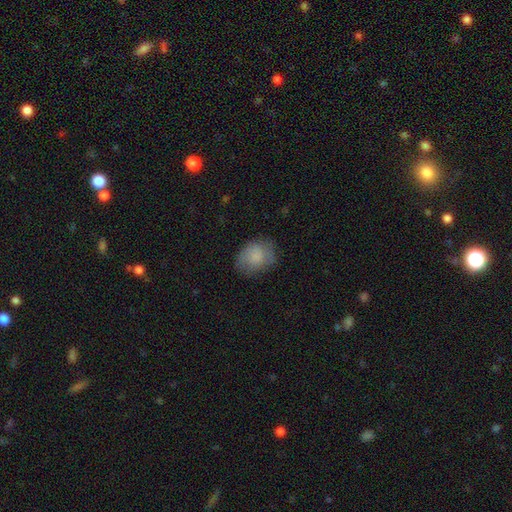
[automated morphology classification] smooth_or_featured: smooth (p=0.75) [alt: featured or disk p=0.16]
how_rounded: in between (p=0.55) [alt: round p=0.44]
merging: none (p=0.66) [alt: minor disturbance p=0.24]